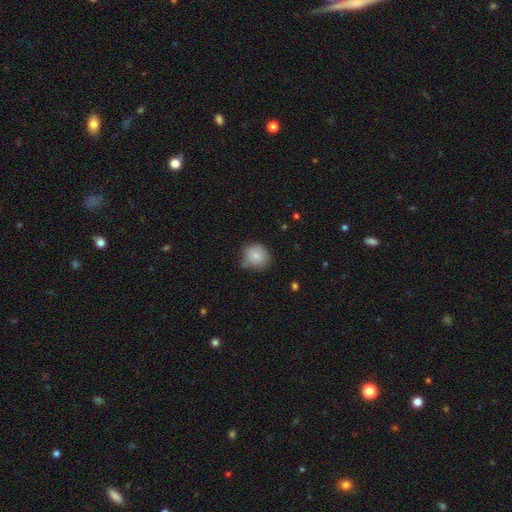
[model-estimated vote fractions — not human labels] A smooth galaxy with no disk features (83%) that is round (86%).

Vote fractions:
- Smooth or featured? smooth: 83% / featured or disk: 9% / star or artifact: 8%
- How rounded? round: 86% / in between: 13% / cigar-shaped: 1%
- Merging? none: 65% / minor disturbance: 26% / major disturbance: 5% / merger: 4%